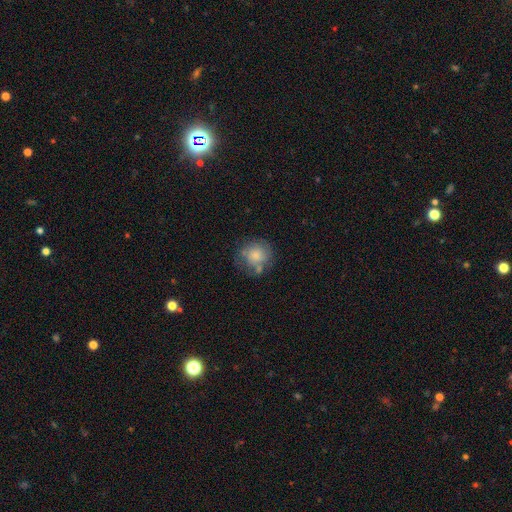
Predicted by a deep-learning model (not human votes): This is likely a smooth galaxy (66%). How rounded: clearly round (86%). Merging: possibly none (54%).